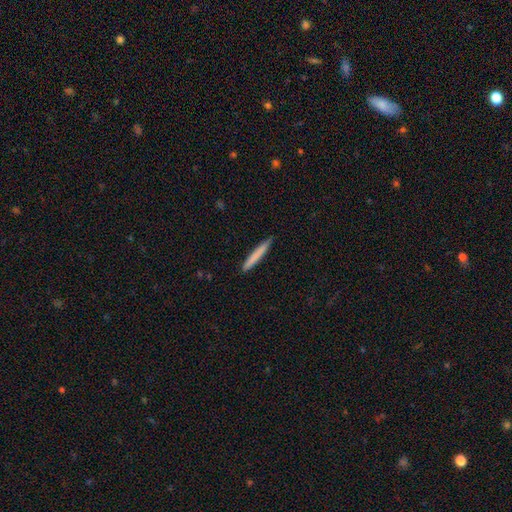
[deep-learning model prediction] This appears to be a smooth galaxy with no disk features (76%) that is cigar-shaped (97%). Merging: none (91%).